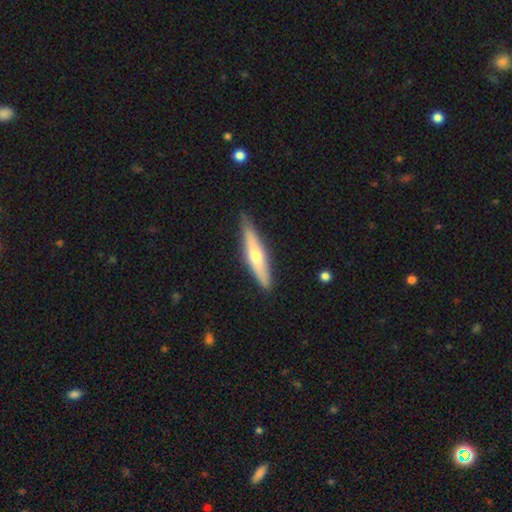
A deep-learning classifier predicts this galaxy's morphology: Q: Smooth or featured?
A: featured or disk (52%); runner-up: smooth (43%)
Q: Edge-on disk?
A: yes (90%); runner-up: no (10%)
Q: Merging?
A: none (85%); runner-up: minor disturbance (12%)